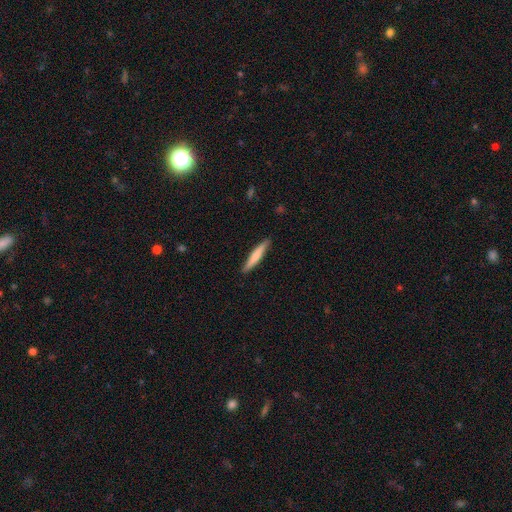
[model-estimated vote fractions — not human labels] smooth_or_featured: smooth (p=0.67) [alt: featured or disk p=0.28]
how_rounded: cigar-shaped (p=0.93) [alt: in between p=0.06]
merging: none (p=0.89) [alt: minor disturbance p=0.08]